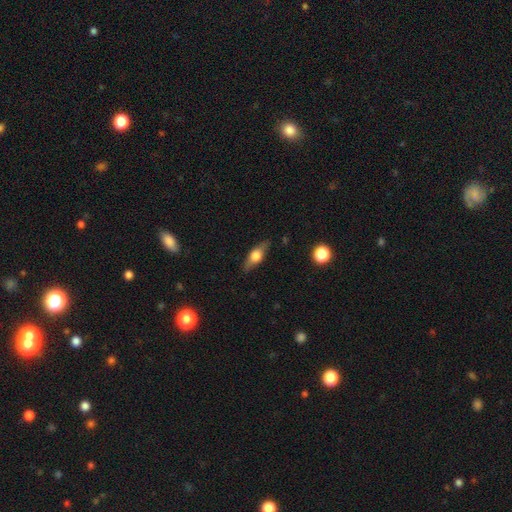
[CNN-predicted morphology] A smooth galaxy with no disk features (47%). Merging: none (83%).